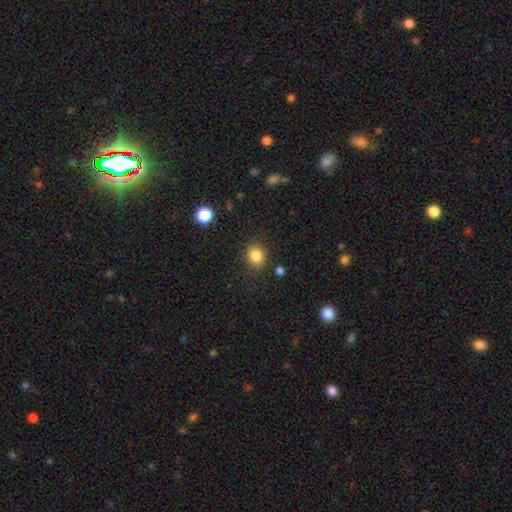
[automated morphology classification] Smooth or featured? Predicted: smooth (p=0.84). How rounded? Predicted: round (p=0.73). Merging? Predicted: none (p=0.84).